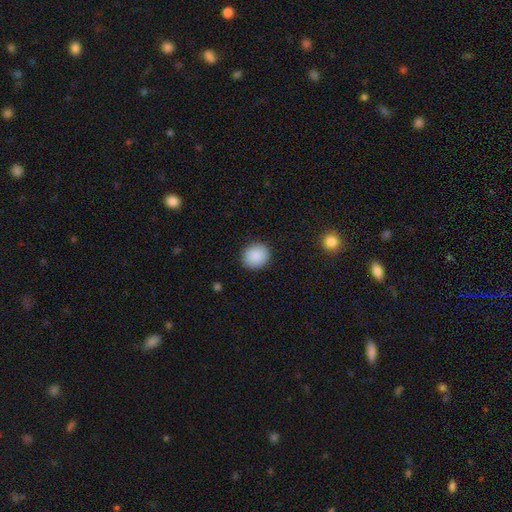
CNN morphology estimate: Q: Smooth or featured?
A: smooth (89%); runner-up: star or artifact (7%)
Q: How rounded?
A: round (82%); runner-up: in between (17%)
Q: Merging?
A: none (89%); runner-up: minor disturbance (8%)